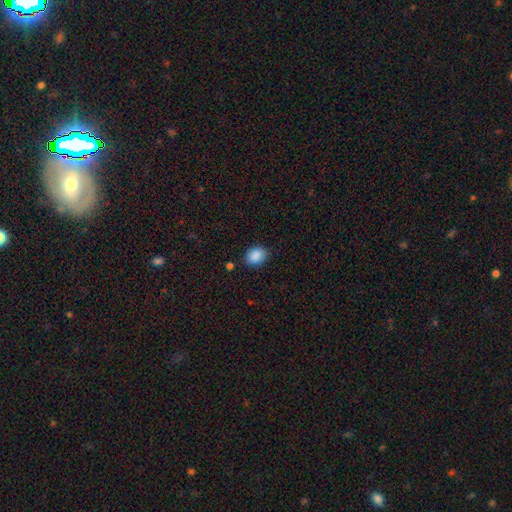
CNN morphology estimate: This is clearly a smooth galaxy (89%). How rounded: likely in between (63%). Merging: clearly none (83%).